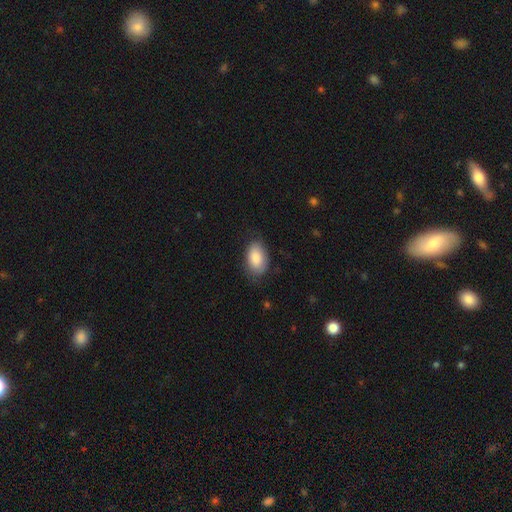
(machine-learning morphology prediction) smooth_or_featured: smooth (p=0.86) [alt: featured or disk p=0.08]
how_rounded: in between (p=0.92) [alt: round p=0.07]
merging: none (p=0.77) [alt: minor disturbance p=0.18]